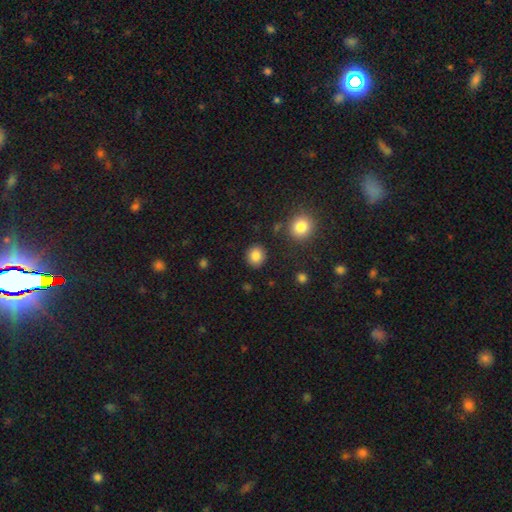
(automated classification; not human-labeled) Q: Smooth or featured?
A: smooth (85%); runner-up: star or artifact (10%)
Q: How rounded?
A: round (80%); runner-up: in between (20%)
Q: Merging?
A: none (89%); runner-up: minor disturbance (7%)